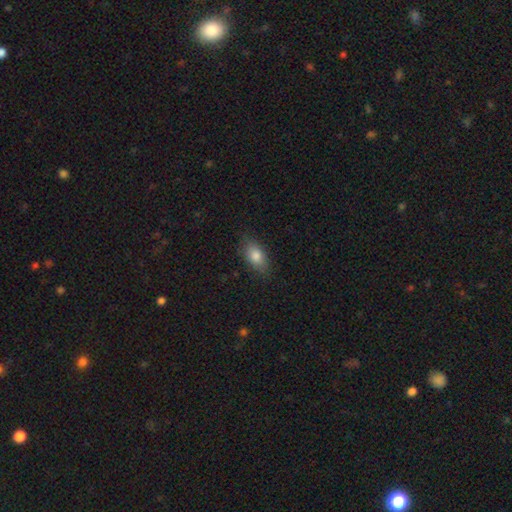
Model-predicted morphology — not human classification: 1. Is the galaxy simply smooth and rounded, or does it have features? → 82% smooth, 10% featured or disk, 8% star or artifact.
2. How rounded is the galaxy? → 88% in between, 7% round, 5% cigar-shaped.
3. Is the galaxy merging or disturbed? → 82% none, 14% minor disturbance, 3% major disturbance, 1% merger.